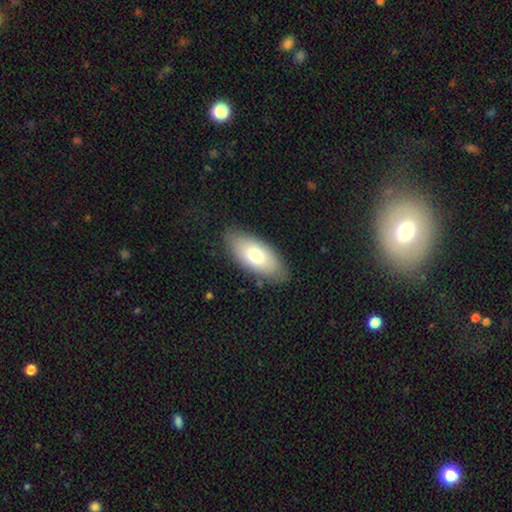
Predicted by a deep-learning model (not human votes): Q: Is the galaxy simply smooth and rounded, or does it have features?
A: smooth — 73%.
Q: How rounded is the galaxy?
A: in between — 89%.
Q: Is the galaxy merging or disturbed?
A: none — 82%.